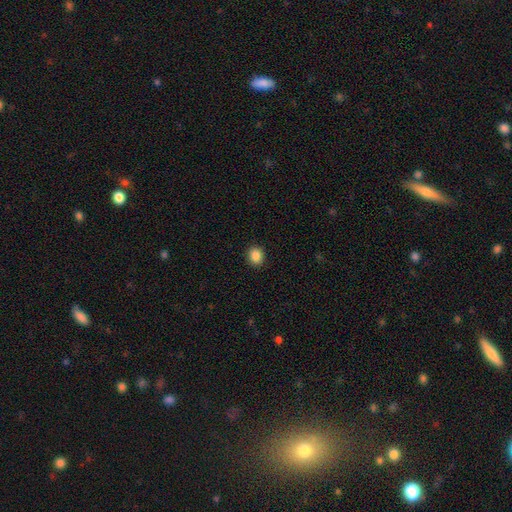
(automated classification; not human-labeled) Smooth or featured? smooth (87%)
How rounded? round (67%)
Merging? none (92%)